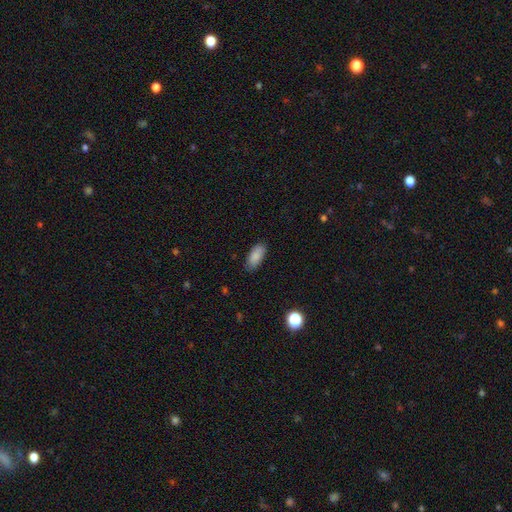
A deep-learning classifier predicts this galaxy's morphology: Smooth or featured: smooth — 86% (star or artifact — 7%)
How rounded: in between — 89% (cigar-shaped — 9%)
Merging: none — 85% (minor disturbance — 12%)